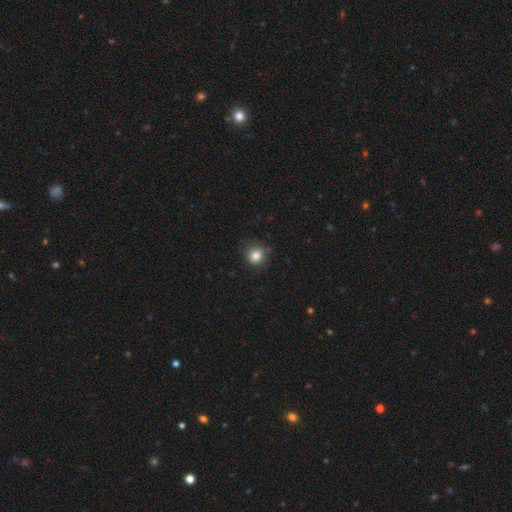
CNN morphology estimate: A smooth galaxy with no disk features (84%) that is round (91%). Merging: none (85%).